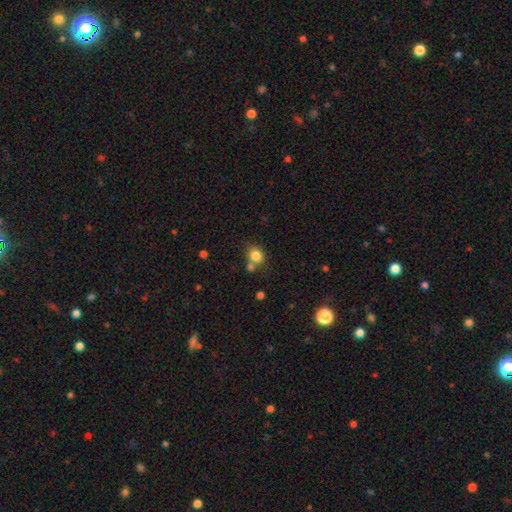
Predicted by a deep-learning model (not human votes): Smooth or featured?
  - smooth: 82% *
  - star or artifact: 11%
  - featured or disk: 7%
How rounded?
  - round: 70% *
  - in between: 29%
  - cigar-shaped: 1%
Merging?
  - none: 60% *
  - merger: 23%
  - minor disturbance: 13%
  - major disturbance: 4%